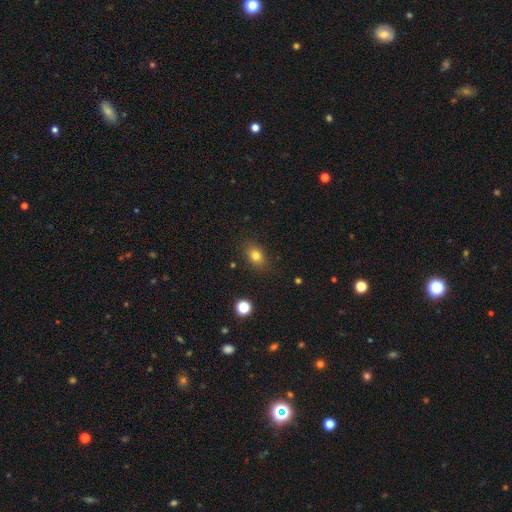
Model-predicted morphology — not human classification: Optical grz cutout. It shows a smooth galaxy with no disk features (79%) that is in between round and cigar-shaped (69%). Merging: none (85%).